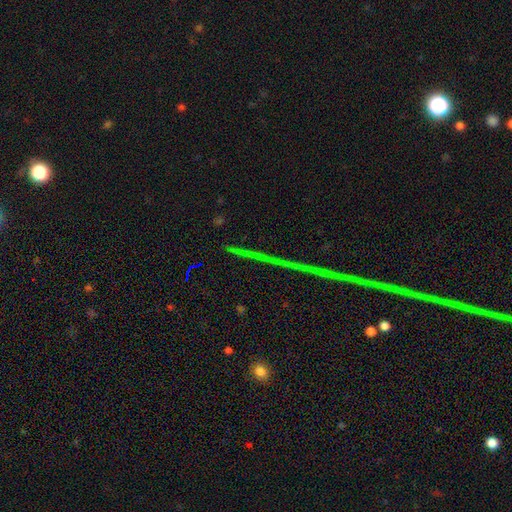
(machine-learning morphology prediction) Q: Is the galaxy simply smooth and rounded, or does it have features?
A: star or artifact — 80%.